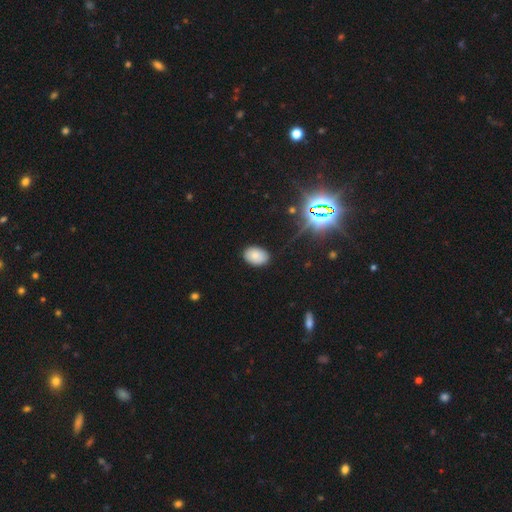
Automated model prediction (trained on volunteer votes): Smooth or featured? smooth (79%)
How rounded? in between (85%)
Merging? none (85%)